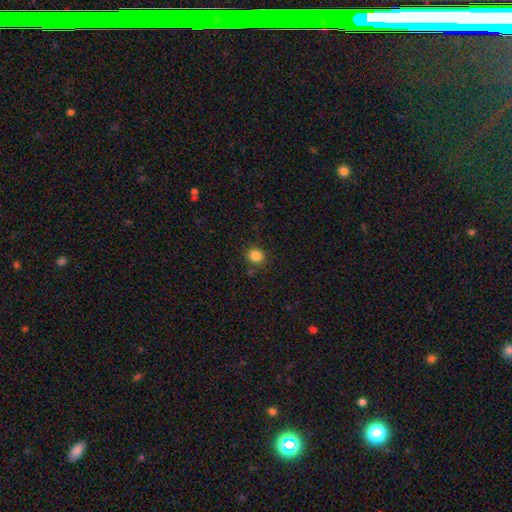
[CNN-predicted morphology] A smooth galaxy with no disk features (84%) that is round (80%).

Vote fractions:
- Smooth or featured? smooth: 84% / star or artifact: 12% / featured or disk: 4%
- How rounded? round: 80% / in between: 19% / cigar-shaped: 1%
- Merging? none: 87% / minor disturbance: 9% / major disturbance: 2% / merger: 2%